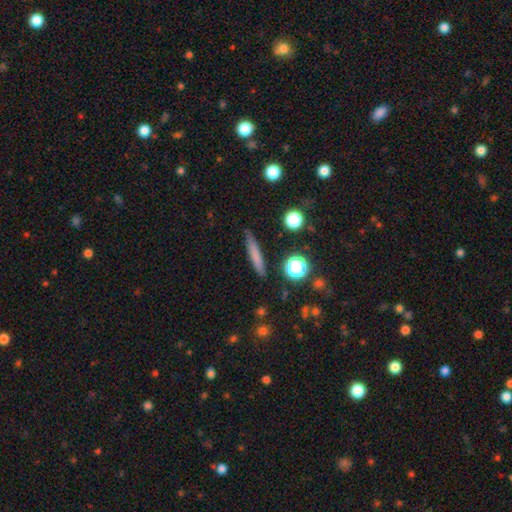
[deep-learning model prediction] Smooth or featured? smooth (70%)
How rounded? cigar-shaped (90%)
Merging? none (86%)